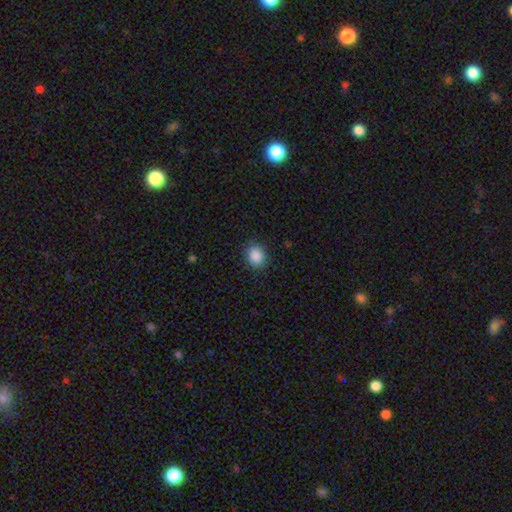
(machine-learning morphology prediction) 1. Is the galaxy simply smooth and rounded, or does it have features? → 89% smooth, 8% star or artifact, 3% featured or disk.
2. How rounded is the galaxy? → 59% round, 40% in between, 1% cigar-shaped.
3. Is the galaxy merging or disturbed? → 88% none, 9% minor disturbance, 3% major disturbance, 1% merger.